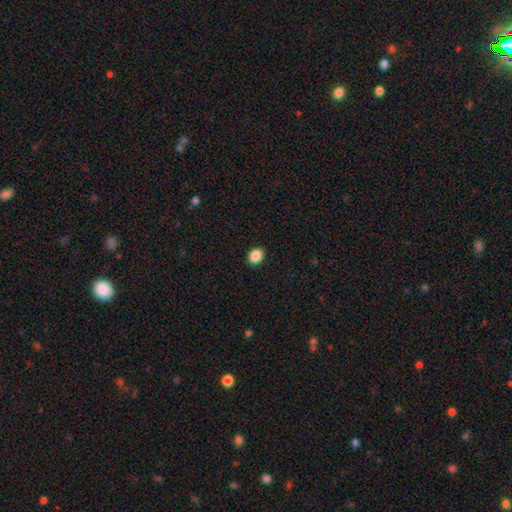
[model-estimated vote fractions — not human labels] This is clearly a smooth galaxy (88%). How rounded: possibly in between (51%). Merging: clearly none (91%).